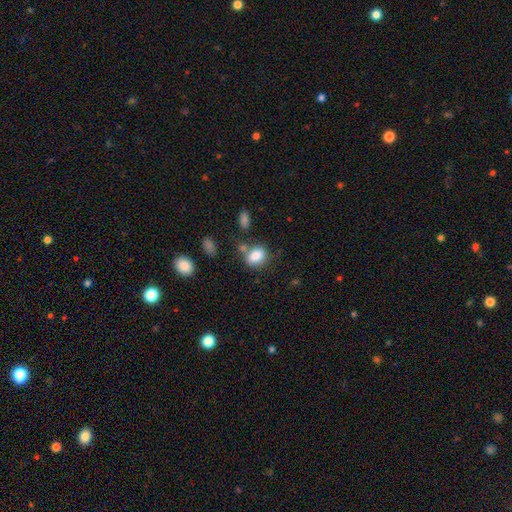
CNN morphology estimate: Q: Smooth or featured?
A: smooth (83%); runner-up: star or artifact (9%)
Q: How rounded?
A: in between (68%); runner-up: round (31%)
Q: Merging?
A: none (59%); runner-up: merger (17%)